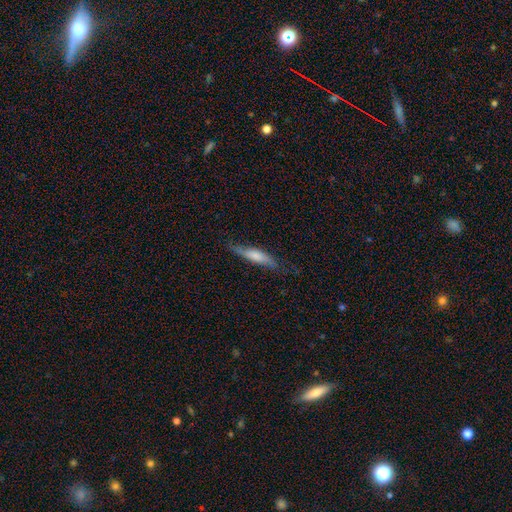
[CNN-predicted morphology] This is possibly a smooth galaxy (60%). How rounded: likely cigar-shaped (78%). Merging: likely none (65%).